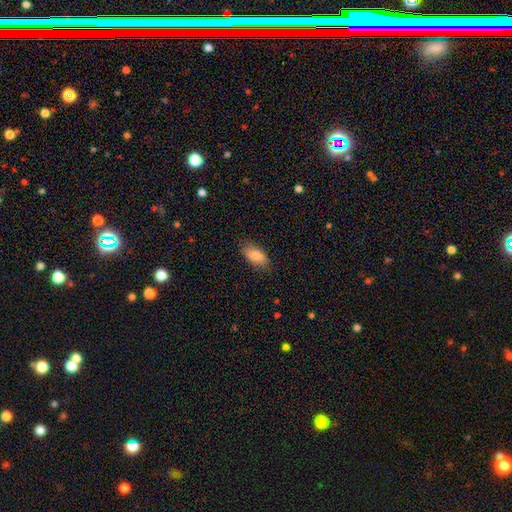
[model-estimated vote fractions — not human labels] This is clearly a smooth galaxy (85%). How rounded: clearly in between (92%). Merging: likely none (79%).